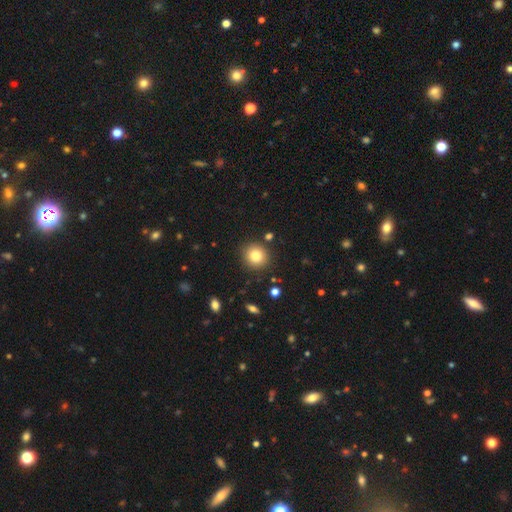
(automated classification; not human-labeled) The model was most divided on "smooth or featured": smooth: 81%, star or artifact: 11%, featured or disk: 8%. More confident: merging — none (89%); how rounded — round (88%).